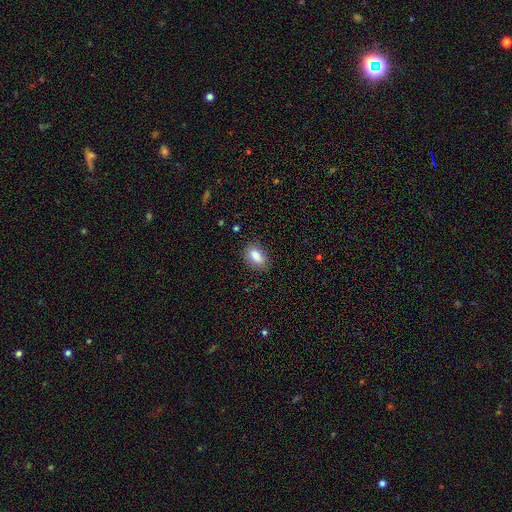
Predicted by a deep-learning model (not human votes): smooth_or_featured: smooth (p=0.84) [alt: featured or disk p=0.08]
how_rounded: in between (p=0.87) [alt: round p=0.10]
merging: none (p=0.83) [alt: minor disturbance p=0.13]